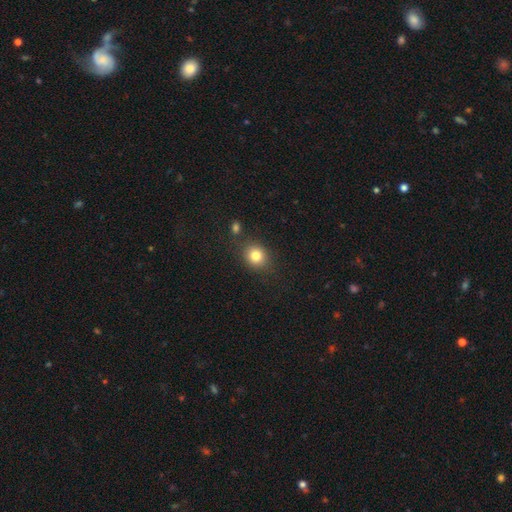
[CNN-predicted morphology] Q: Smooth or featured?
A: smooth (81%); runner-up: star or artifact (11%)
Q: How rounded?
A: round (72%); runner-up: in between (27%)
Q: Merging?
A: none (82%); runner-up: minor disturbance (10%)